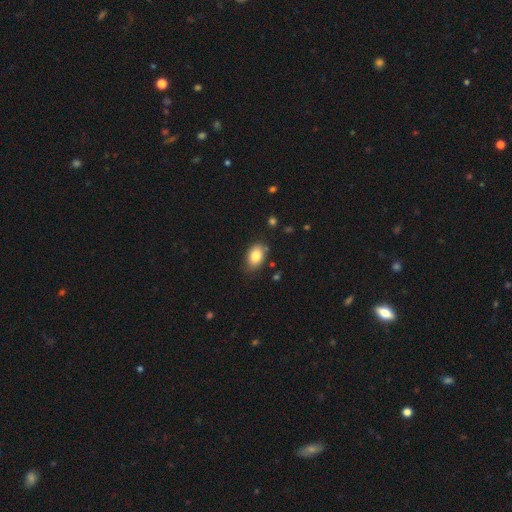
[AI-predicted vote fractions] smooth_or_featured: smooth (p=0.84) [alt: featured or disk p=0.09]
how_rounded: in between (p=0.86) [alt: round p=0.13]
merging: none (p=0.76) [alt: minor disturbance p=0.18]